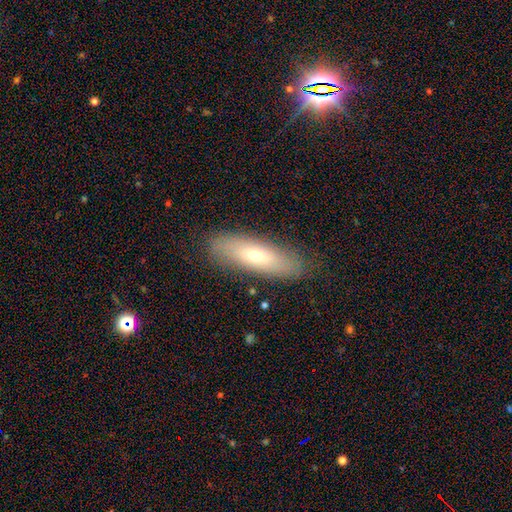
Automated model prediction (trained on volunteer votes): Morphology: type=smooth (59%); roundness=cigar-shaped (50%); merging=none (85%).